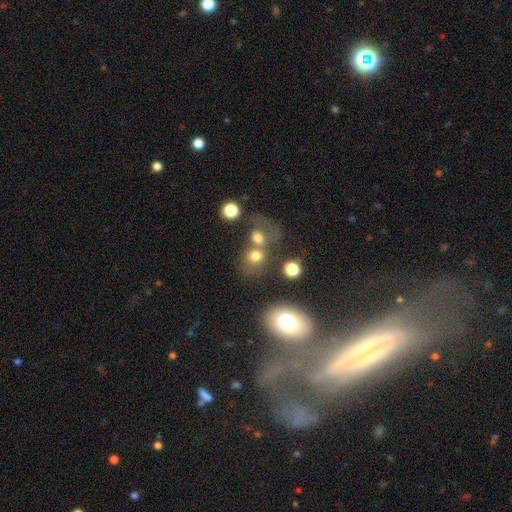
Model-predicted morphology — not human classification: Overall: smooth (69%). How rounded: round (70%). Merging: merger (48%; none 34%).